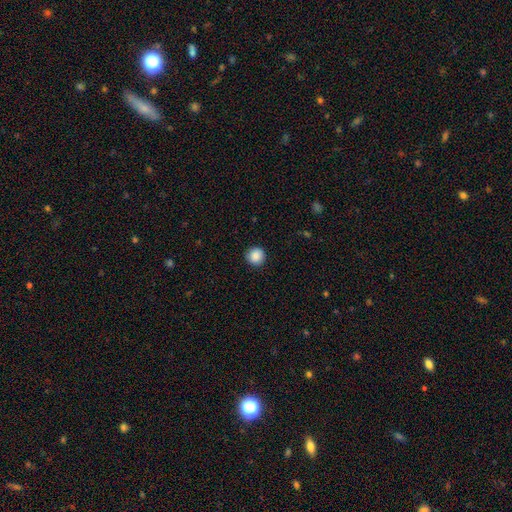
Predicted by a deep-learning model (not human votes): Smooth or featured? smooth (88%)
How rounded? round (95%)
Merging? none (91%)